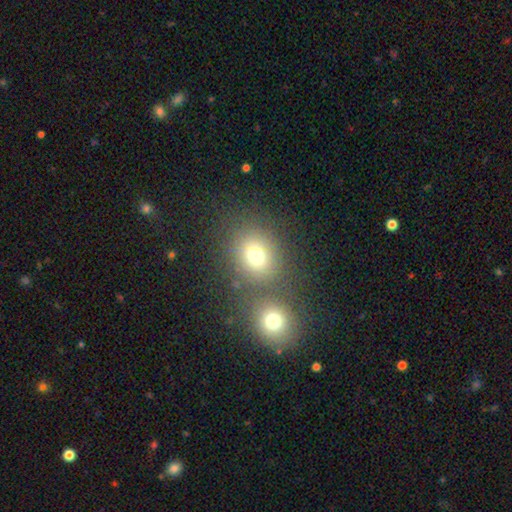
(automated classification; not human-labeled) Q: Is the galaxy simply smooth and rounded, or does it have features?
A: smooth — 73%.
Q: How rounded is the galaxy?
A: round — 67%.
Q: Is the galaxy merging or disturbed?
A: none — 62%.